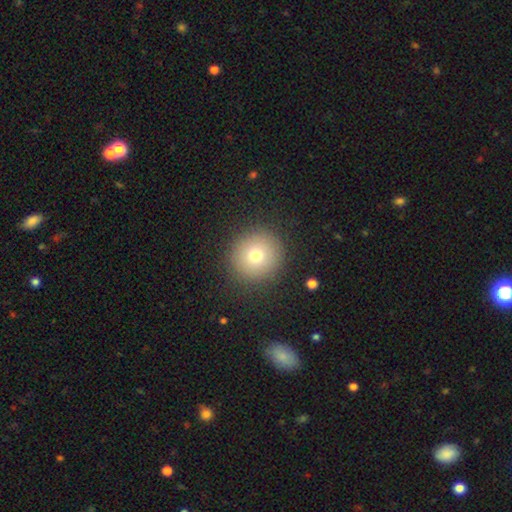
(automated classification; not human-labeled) Q: Smooth or featured?
A: smooth (72%); runner-up: star or artifact (14%)
Q: How rounded?
A: round (93%); runner-up: in between (6%)
Q: Merging?
A: none (89%); runner-up: minor disturbance (6%)